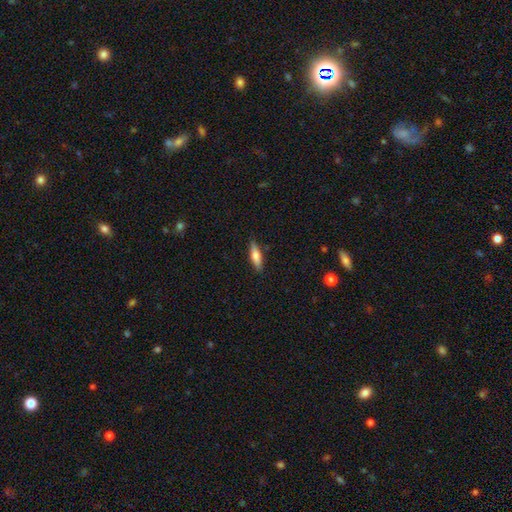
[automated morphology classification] smooth 63%, featured or disk 31%, star or artifact 6%. Down the decision tree: how rounded — cigar-shaped (63%); merging — none (87%).